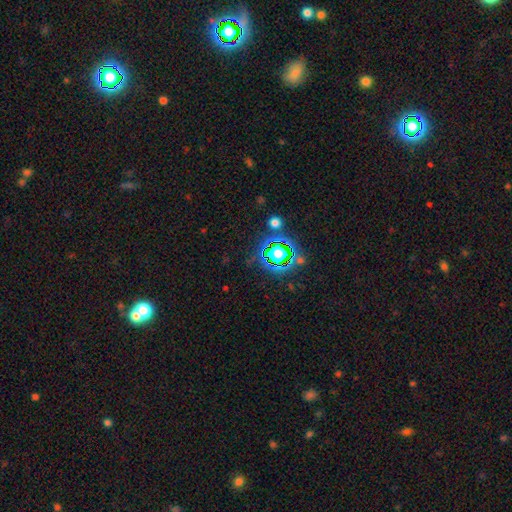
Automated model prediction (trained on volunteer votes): A star or artifact, not a galaxy (76%).

Vote fractions:
- Smooth or featured? star or artifact: 76% / smooth: 15% / featured or disk: 9%